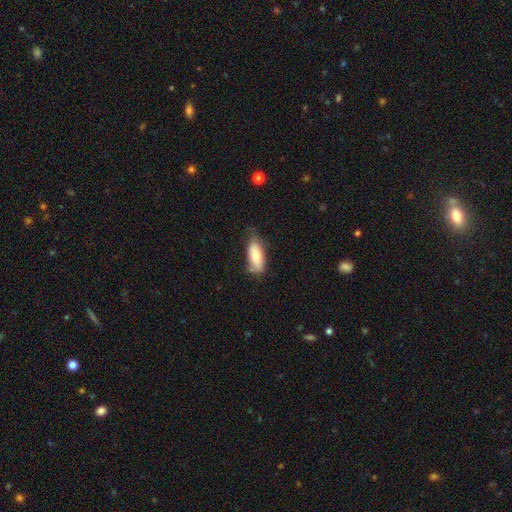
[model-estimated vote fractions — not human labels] smooth-or-featured: smooth: 75% | featured or disk: 18% | star or artifact: 6%
  how-rounded: in between: 81% | cigar-shaped: 17% | round: 2%
  merging: none: 56% | minor disturbance: 33% | major disturbance: 8% | merger: 3%